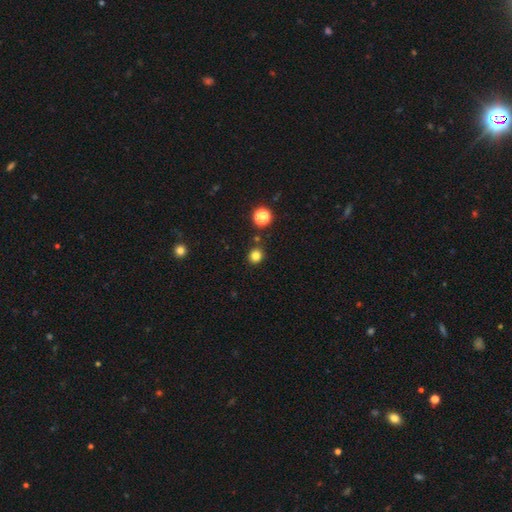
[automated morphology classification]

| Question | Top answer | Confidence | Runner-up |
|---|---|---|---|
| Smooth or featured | smooth | 81% | star or artifact (14%) |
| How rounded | round | 83% | in between (16%) |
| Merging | none | 85% | minor disturbance (8%) |